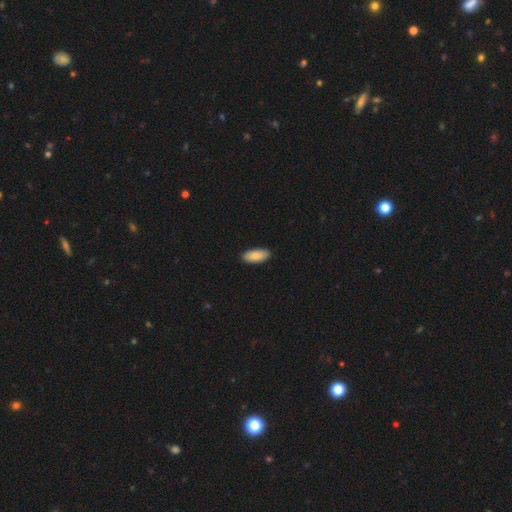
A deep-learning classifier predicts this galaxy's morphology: This appears to be a smooth galaxy with no disk features (89%) that is in between round and cigar-shaped (86%). Merging: none (90%).